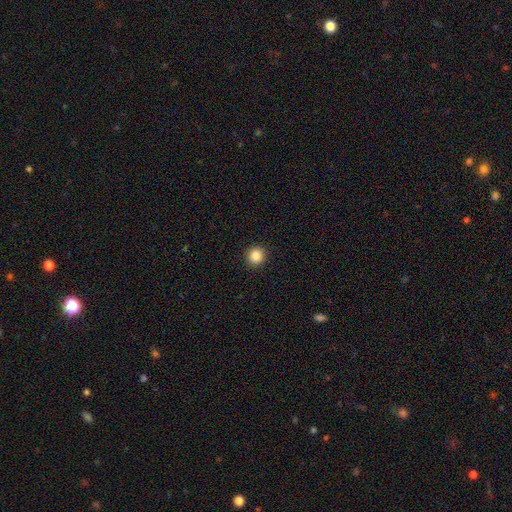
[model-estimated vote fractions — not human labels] Overall: smooth (87%). How rounded: round (94%). Merging: none (93%).